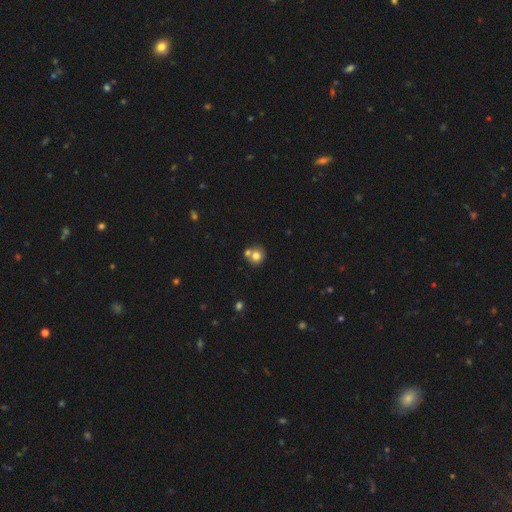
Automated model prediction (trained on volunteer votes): Morphology: type=smooth (76%); roundness=round (85%); merging=none (51%).